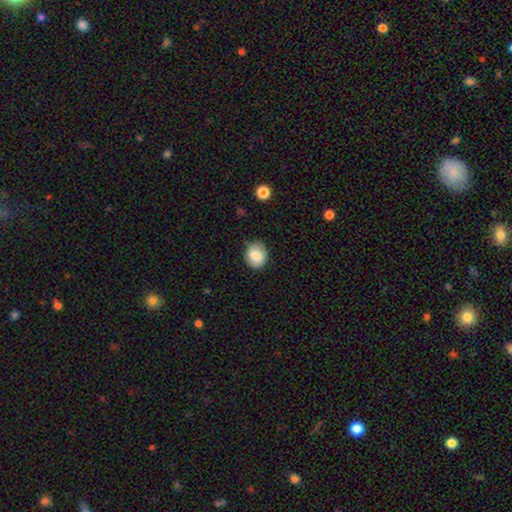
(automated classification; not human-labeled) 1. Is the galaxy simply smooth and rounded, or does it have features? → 81% smooth, 11% featured or disk, 8% star or artifact.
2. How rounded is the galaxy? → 68% round, 31% in between, 1% cigar-shaped.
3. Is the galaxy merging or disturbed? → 81% none, 15% minor disturbance, 3% major disturbance, 1% merger.